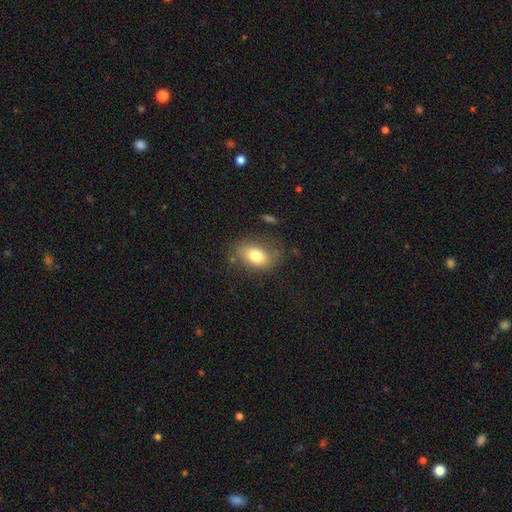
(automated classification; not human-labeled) smooth 78%, featured or disk 13%, star or artifact 8%. Down the decision tree: how rounded — in between (85%); merging — none (71%).